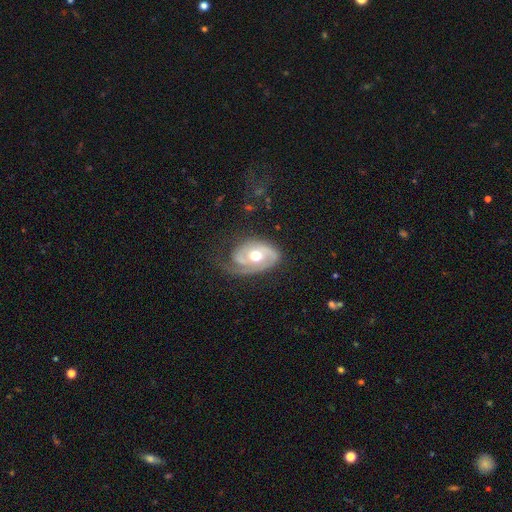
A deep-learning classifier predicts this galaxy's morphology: featured or disk 81%, smooth 15%, star or artifact 5%. Down the decision tree: edge-on disk — no (96%); bar — no (72%); spiral arms — yes (91%); spiral arm count — 2 (44%); spiral winding — tight (48%); bulge size — moderate (75%); merging — none (54%).